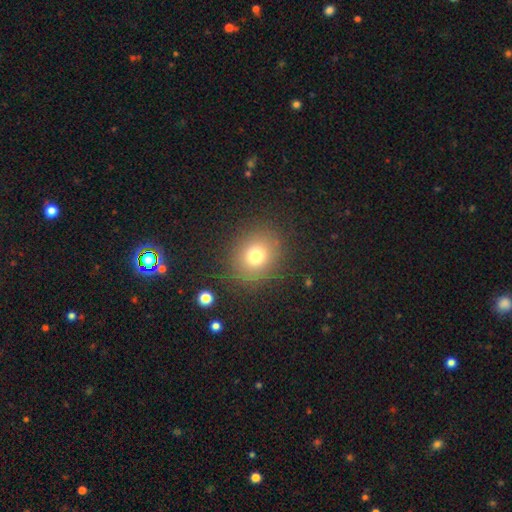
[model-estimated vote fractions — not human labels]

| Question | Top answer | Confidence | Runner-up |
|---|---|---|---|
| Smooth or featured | smooth | 74% | star or artifact (15%) |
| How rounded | round | 73% | in between (26%) |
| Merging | none | 85% | minor disturbance (9%) |